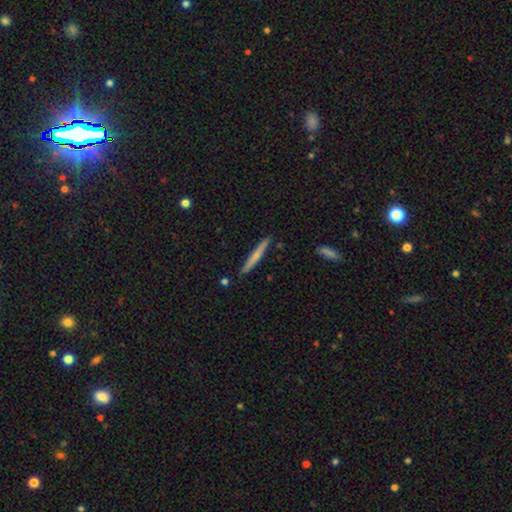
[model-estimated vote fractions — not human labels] This is possibly a smooth galaxy (57%). How rounded: clearly cigar-shaped (96%). Merging: clearly none (89%).